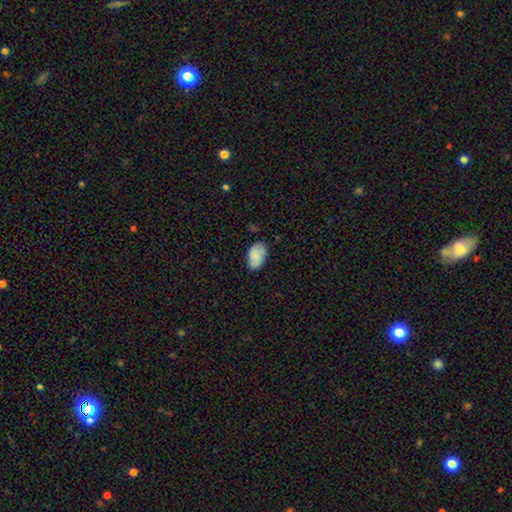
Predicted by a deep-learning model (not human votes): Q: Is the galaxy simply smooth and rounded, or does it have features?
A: smooth — 79%.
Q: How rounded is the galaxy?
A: in between — 91%.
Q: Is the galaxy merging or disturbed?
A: none — 76%.